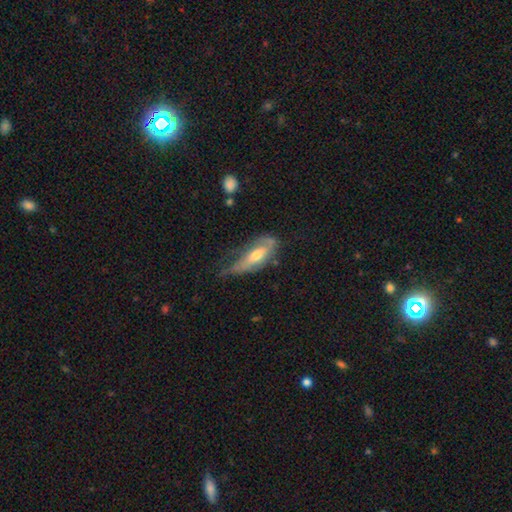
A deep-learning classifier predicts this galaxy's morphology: Smooth or featured: featured or disk — 54% (smooth — 40%)
Edge-on disk: no — 67% (yes — 33%)
Merging: minor disturbance — 36% (none — 31%)